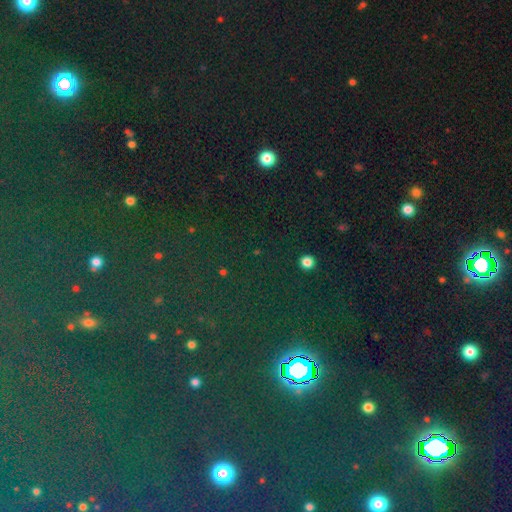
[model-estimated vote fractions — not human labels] This appears to be a star or artifact, not a galaxy (81%).